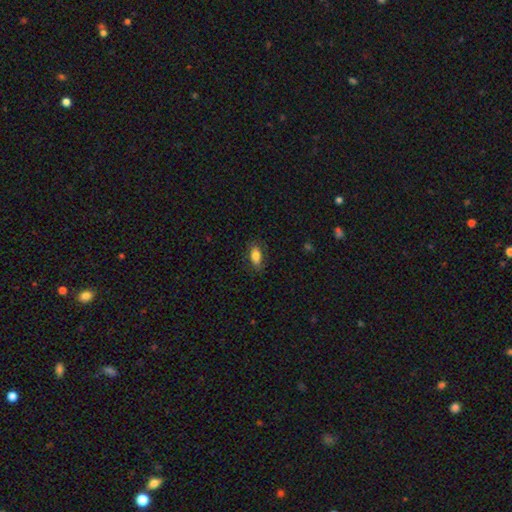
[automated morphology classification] smooth_or_featured: smooth (p=0.81) [alt: featured or disk p=0.11]
how_rounded: in between (p=0.88) [alt: cigar-shaped p=0.08]
merging: none (p=0.81) [alt: minor disturbance p=0.14]